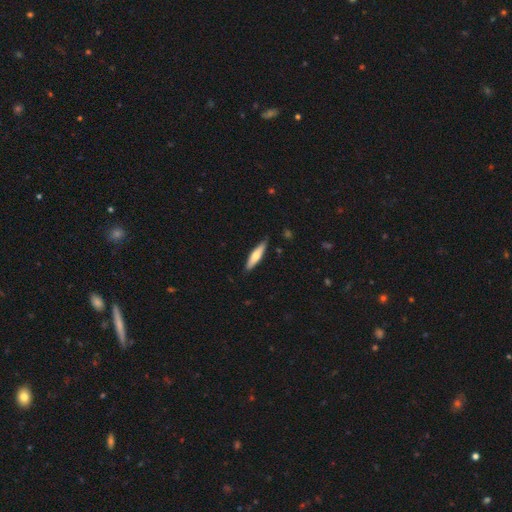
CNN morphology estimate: A smooth galaxy with no disk features (61%) that is cigar-shaped (78%). Merging: none (86%).